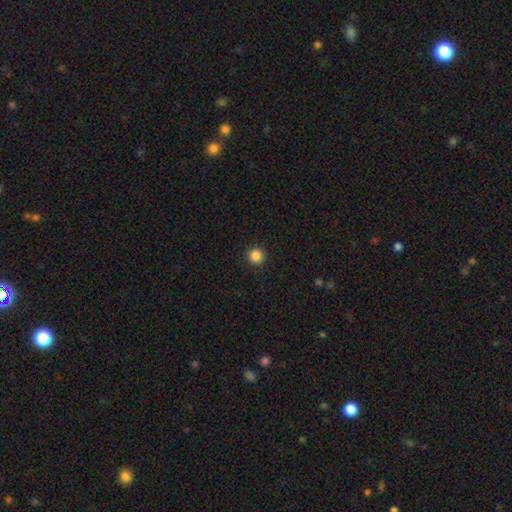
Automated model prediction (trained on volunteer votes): A smooth galaxy with no disk features (86%) that is round (96%). Merging: none (94%).